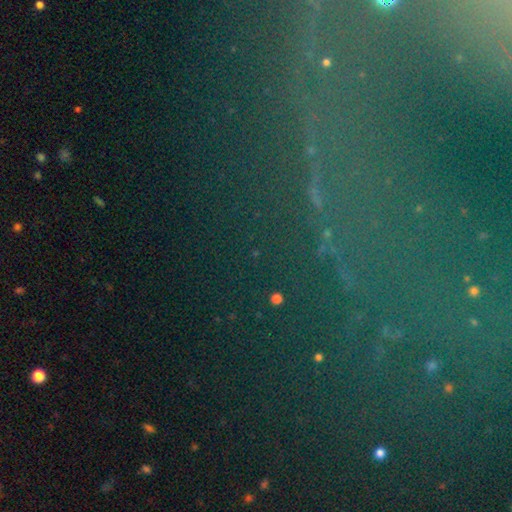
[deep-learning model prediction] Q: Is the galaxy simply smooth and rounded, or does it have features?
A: star or artifact — 79%.